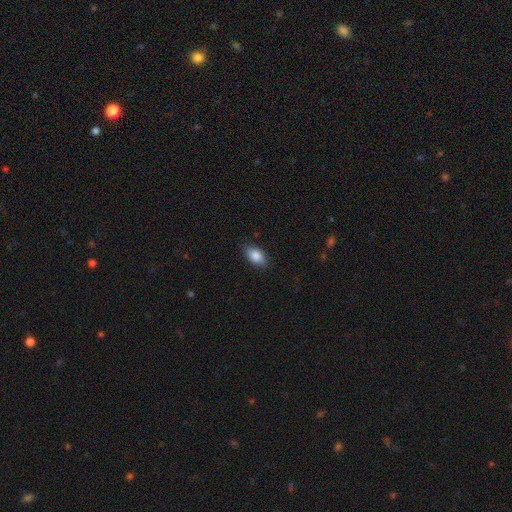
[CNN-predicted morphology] smooth-or-featured: smooth: 85% | featured or disk: 8% | star or artifact: 7%
  how-rounded: in between: 91% | round: 6% | cigar-shaped: 2%
  merging: none: 85% | minor disturbance: 11% | major disturbance: 2% | merger: 1%